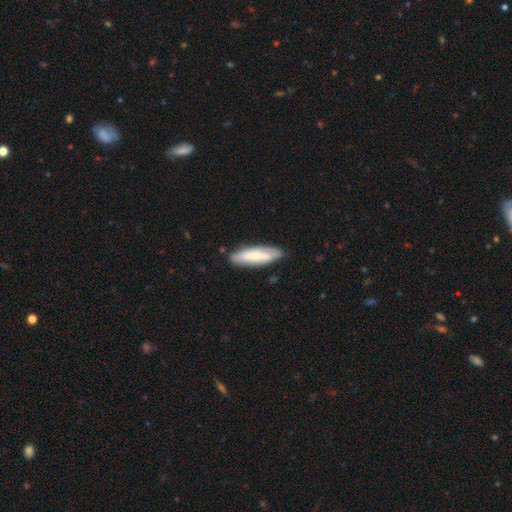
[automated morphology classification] A smooth galaxy with no disk features (56%) that is cigar-shaped (51%). Merging: none (80%).